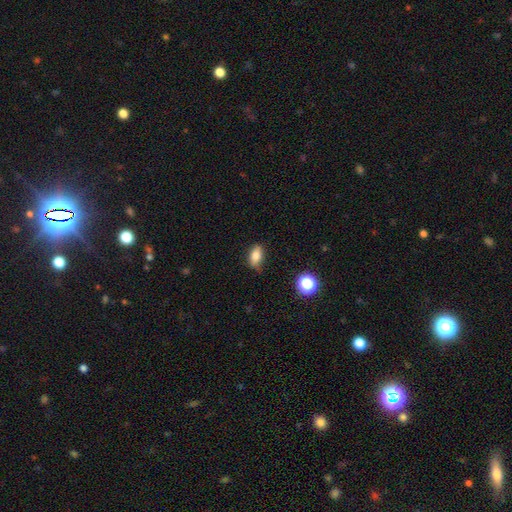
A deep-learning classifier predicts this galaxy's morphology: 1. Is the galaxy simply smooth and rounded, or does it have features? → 81% smooth, 10% star or artifact, 9% featured or disk.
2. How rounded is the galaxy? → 85% in between, 9% round, 6% cigar-shaped.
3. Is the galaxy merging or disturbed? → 70% none, 24% minor disturbance, 4% major disturbance, 2% merger.